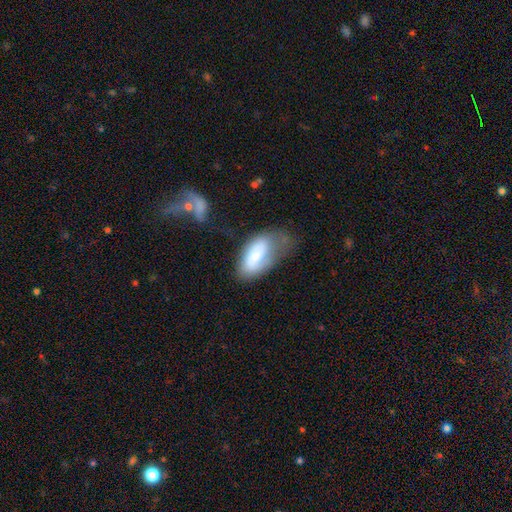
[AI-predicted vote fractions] smooth 61%, featured or disk 33%, star or artifact 7%. Down the decision tree: how rounded — in between (91%); merging — minor disturbance (33%, tied with none).